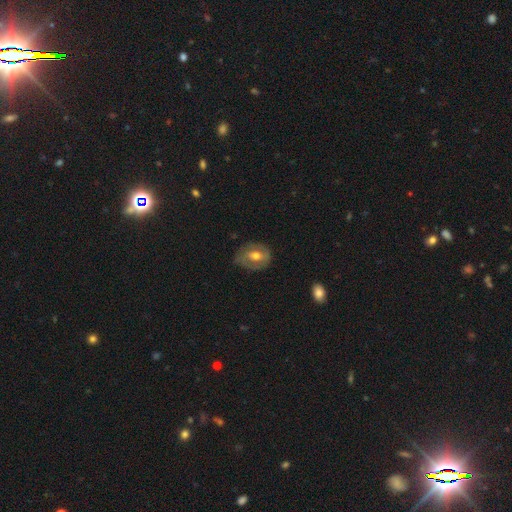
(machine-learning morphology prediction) This appears to be a featured or disk galaxy (61%) with no bar (43%), spiral arms (64%) and a moderate central bulge (72%). Merging: none (68%).